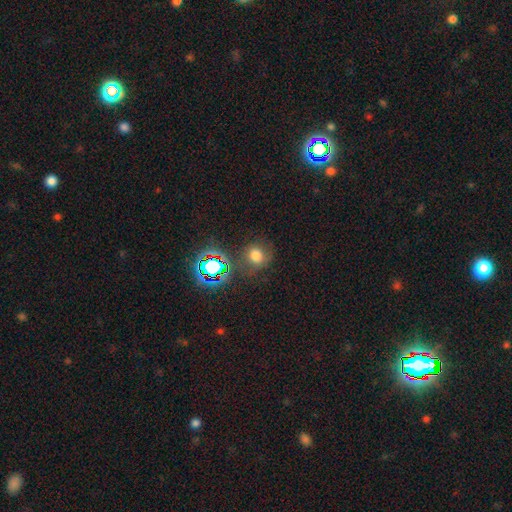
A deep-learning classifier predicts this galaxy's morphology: A smooth galaxy with no disk features (66%) that is round (81%).

Vote fractions:
- Smooth or featured? smooth: 66% / star or artifact: 23% / featured or disk: 10%
- How rounded? round: 81% / in between: 18% / cigar-shaped: 1%
- Merging? none: 70% / minor disturbance: 17% / major disturbance: 8% / merger: 5%